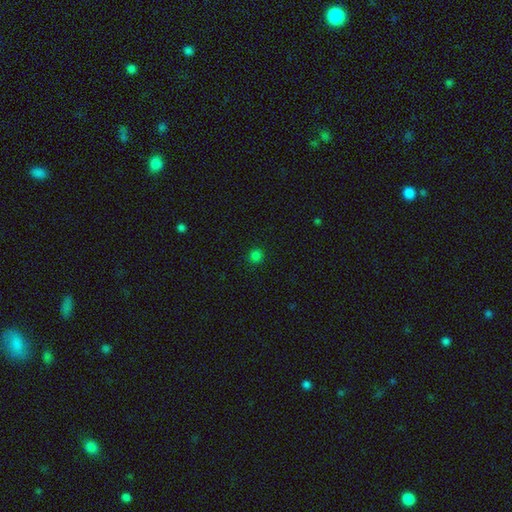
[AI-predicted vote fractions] A smooth galaxy with no disk features (79%) that is round (92%).

Vote fractions:
- Smooth or featured? smooth: 79% / star or artifact: 18% / featured or disk: 3%
- How rounded? round: 92% / in between: 7% / cigar-shaped: 1%
- Merging? none: 91% / minor disturbance: 6% / major disturbance: 2% / merger: 1%